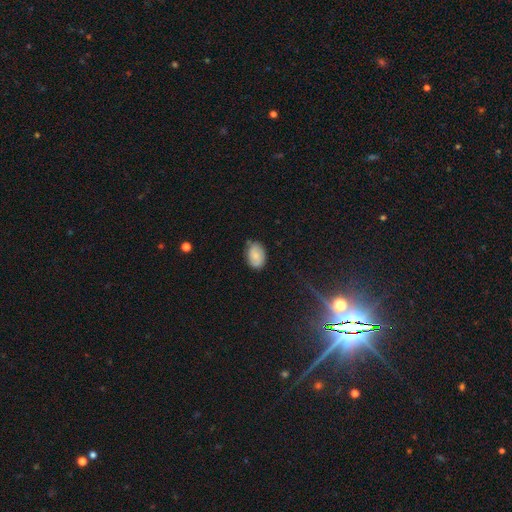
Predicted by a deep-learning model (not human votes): Smooth or featured: smooth — 71% (featured or disk — 20%)
How rounded: in between — 84% (round — 15%)
Merging: none — 74% (minor disturbance — 21%)